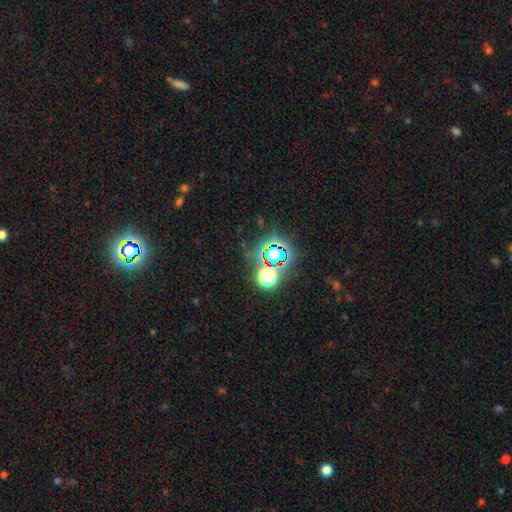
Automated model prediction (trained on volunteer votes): Smooth or featured? star or artifact (77%)